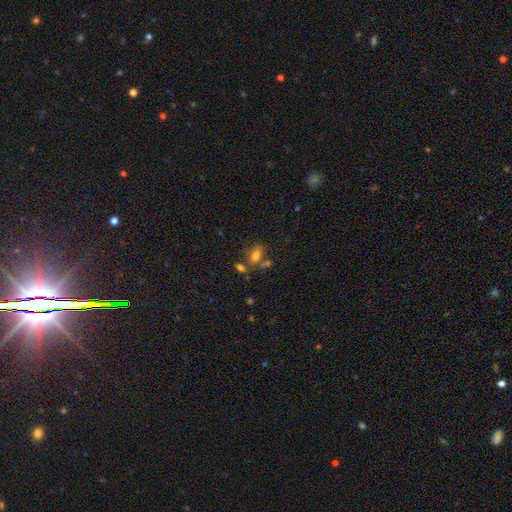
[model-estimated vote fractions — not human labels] smooth 75%, star or artifact 13%, featured or disk 12%. Down the decision tree: how rounded — in between (82%); merging — none (58%).